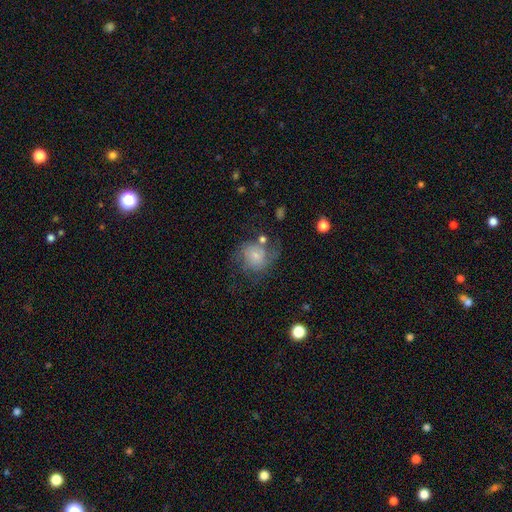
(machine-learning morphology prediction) The model was most divided on "smooth or featured" (2-way tie): featured or disk: 45%, smooth: 45%, star or artifact: 9%. Remaining: merging — none (40%).